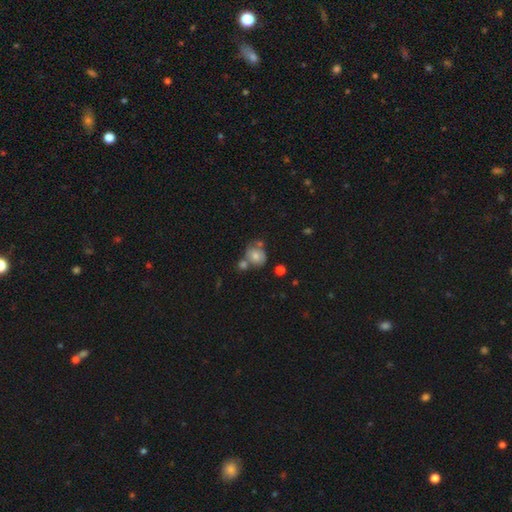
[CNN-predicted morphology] A smooth galaxy with no disk features (68%) that is round (70%).

Vote fractions:
- Smooth or featured? smooth: 68% / featured or disk: 22% / star or artifact: 10%
- How rounded? round: 70% / in between: 29% / cigar-shaped: 1%
- Merging? none: 44% / merger: 32% / minor disturbance: 17% / major disturbance: 7%